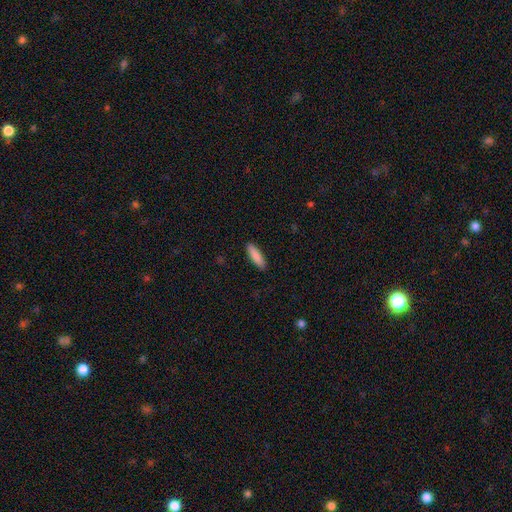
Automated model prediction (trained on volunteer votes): This appears to be a smooth galaxy with no disk features (88%) that is cigar-shaped (57%). Merging: none (90%).